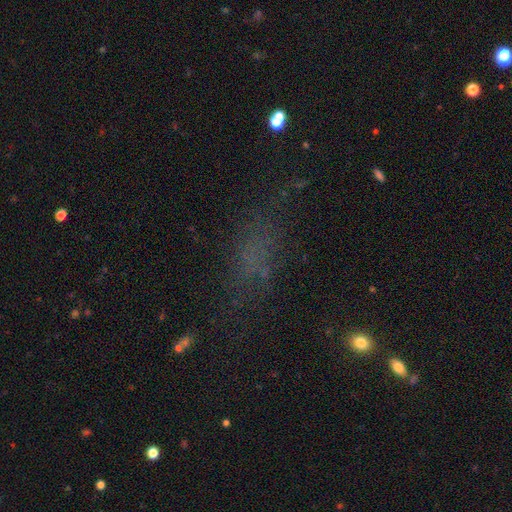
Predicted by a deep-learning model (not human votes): The model was most divided on "smooth or featured": smooth: 46%, star or artifact: 32%, featured or disk: 21%. More confident: merging — none (54%).